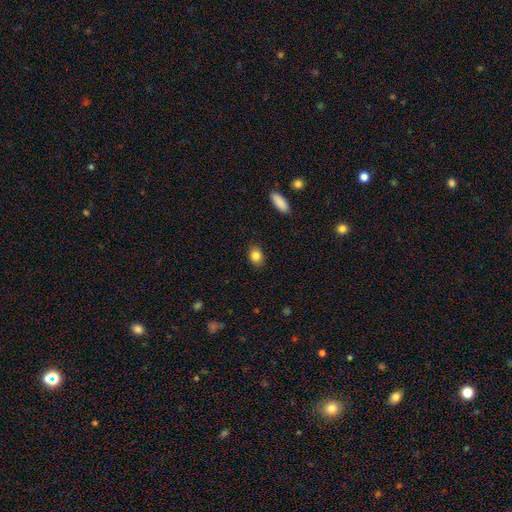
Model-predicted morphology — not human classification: smooth_or_featured: smooth (p=0.85) [alt: star or artifact p=0.09]
how_rounded: in between (p=0.66) [alt: round p=0.32]
merging: none (p=0.85) [alt: minor disturbance p=0.11]